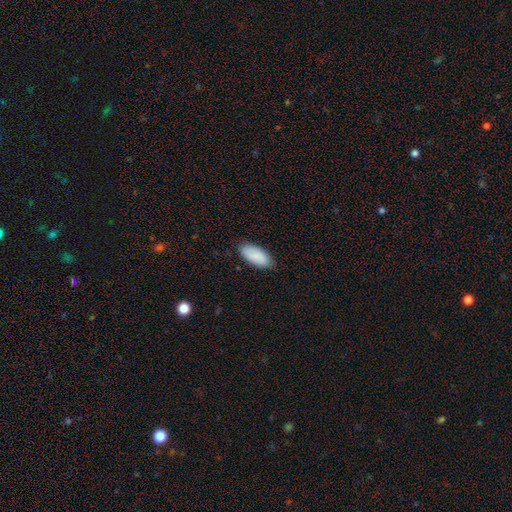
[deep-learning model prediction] Smooth or featured: smooth — 87% (featured or disk — 7%)
How rounded: in between — 90% (cigar-shaped — 8%)
Merging: none — 83% (minor disturbance — 14%)